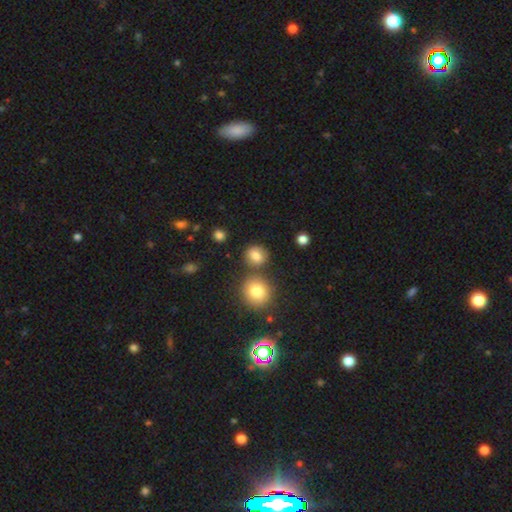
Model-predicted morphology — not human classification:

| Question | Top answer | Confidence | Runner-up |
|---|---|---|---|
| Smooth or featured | smooth | 80% | star or artifact (12%) |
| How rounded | round | 75% | in between (24%) |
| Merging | none | 73% | merger (12%) |